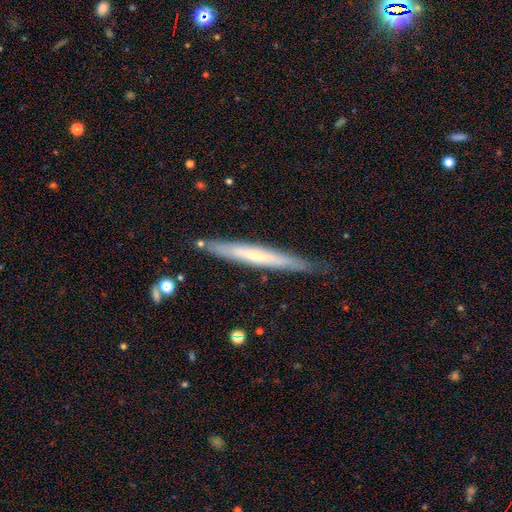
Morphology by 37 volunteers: type=featured or disk (51%); edge-on=yes (89%); edge-on bulge=rounded (65%); merging=none (86%).